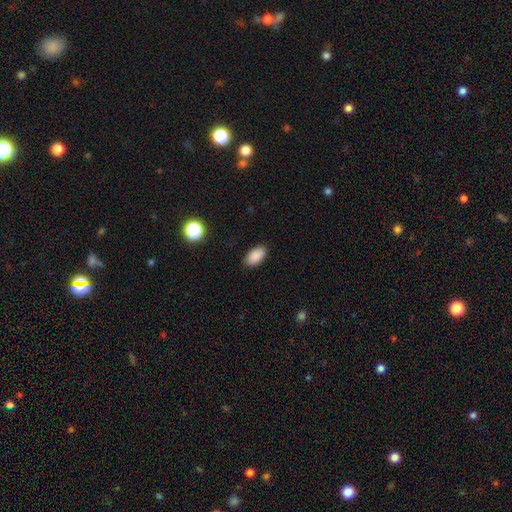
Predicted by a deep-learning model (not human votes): Smooth or featured? smooth (88%)
How rounded? in between (94%)
Merging? none (88%)